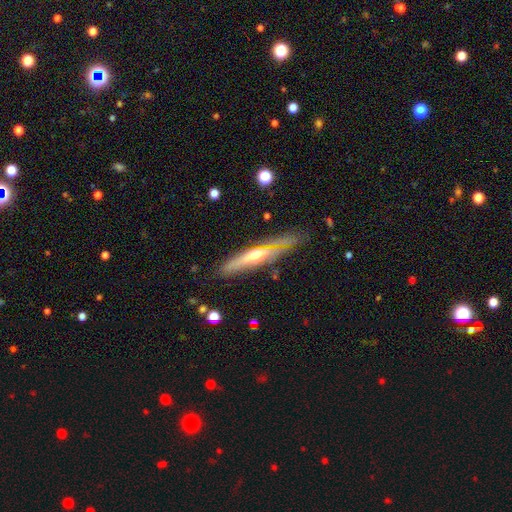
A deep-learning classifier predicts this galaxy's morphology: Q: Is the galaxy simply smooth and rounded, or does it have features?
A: featured or disk — 61%.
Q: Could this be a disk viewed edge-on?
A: yes — 88%.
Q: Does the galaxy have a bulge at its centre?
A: rounded — 85%.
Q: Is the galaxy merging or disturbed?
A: none — 78%.